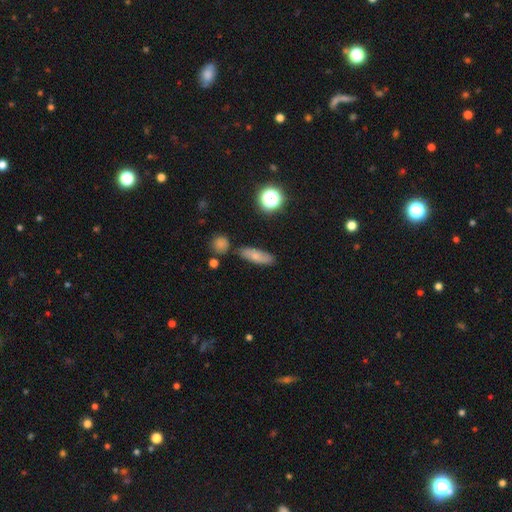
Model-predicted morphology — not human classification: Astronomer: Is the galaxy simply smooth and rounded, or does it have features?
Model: smooth — 70%.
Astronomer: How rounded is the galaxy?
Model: in between — 50% (runner-up: cigar-shaped, 43%).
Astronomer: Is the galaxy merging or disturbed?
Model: none — 78%.